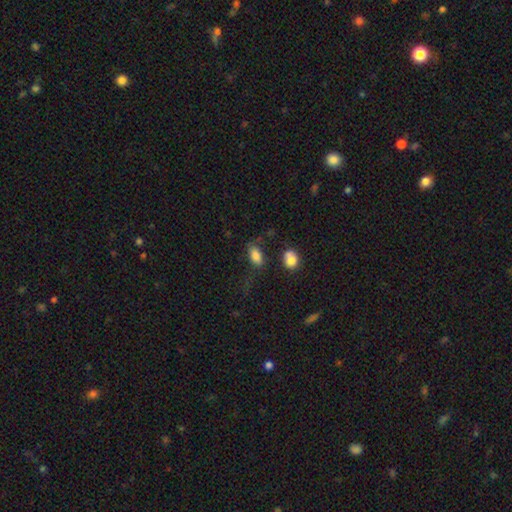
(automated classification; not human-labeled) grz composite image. It shows a smooth galaxy with no disk features (82%) that is in between round and cigar-shaped (88%). Merging: none (58%).